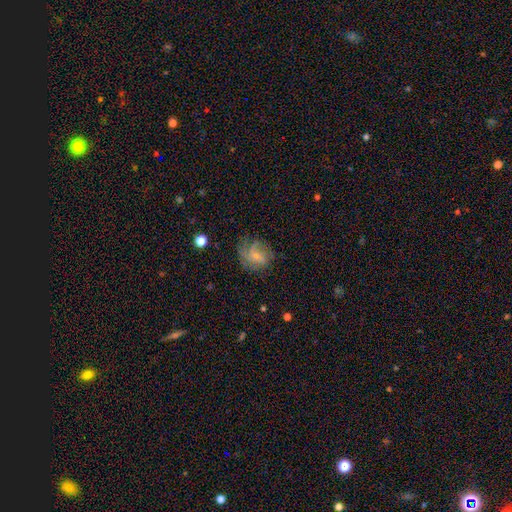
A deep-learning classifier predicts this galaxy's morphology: Smooth or featured? Predicted: featured or disk (p=0.59). Edge-on disk? Predicted: no (p=0.98). Bar? Predicted: no (p=0.70). Spiral arms? Predicted: yes (p=0.85). Bulge size? Predicted: small (p=0.73). Merging? Predicted: none (p=0.60).